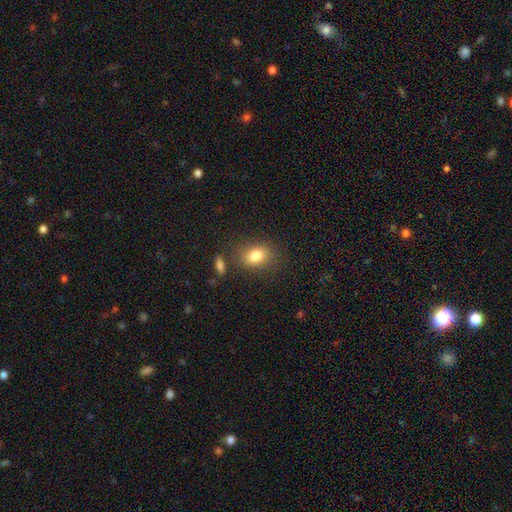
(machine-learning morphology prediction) smooth_or_featured: smooth (p=0.83) [alt: star or artifact p=0.09]
how_rounded: in between (p=0.78) [alt: round p=0.20]
merging: none (p=0.78) [alt: minor disturbance p=0.13]